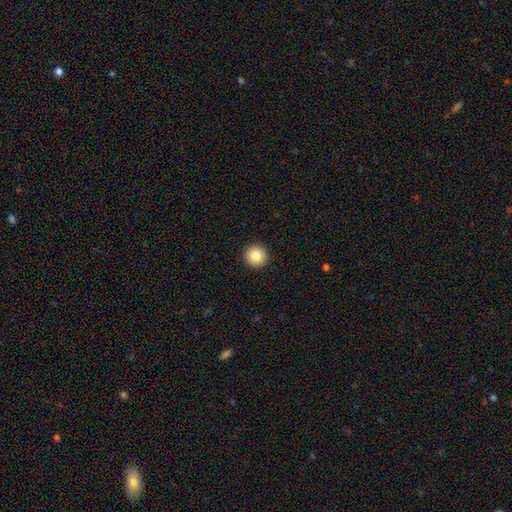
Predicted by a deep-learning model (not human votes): Smooth or featured? Predicted: smooth (p=0.84). How rounded? Predicted: round (p=0.96). Merging? Predicted: none (p=0.94).